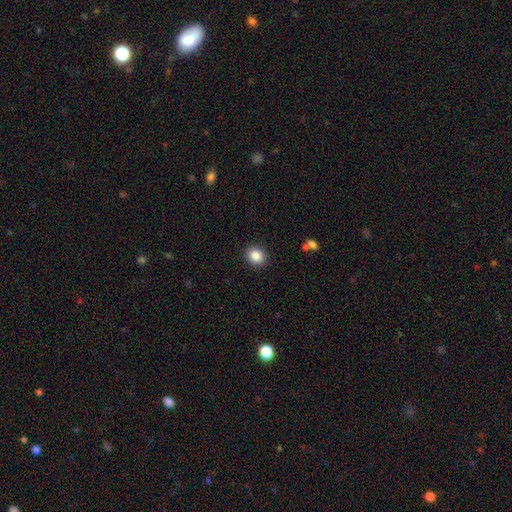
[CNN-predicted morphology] A smooth galaxy with no disk features (86%) that is round (74%).

Vote fractions:
- Smooth or featured? smooth: 86% / star or artifact: 9% / featured or disk: 4%
- How rounded? round: 74% / in between: 25% / cigar-shaped: 1%
- Merging? none: 91% / minor disturbance: 6% / major disturbance: 2% / merger: 1%